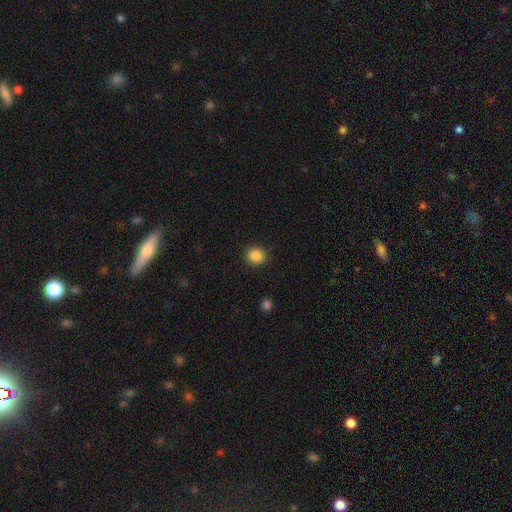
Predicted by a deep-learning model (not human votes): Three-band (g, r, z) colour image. It shows a smooth galaxy with no disk features (87%) that is round (86%). Merging: none (91%).